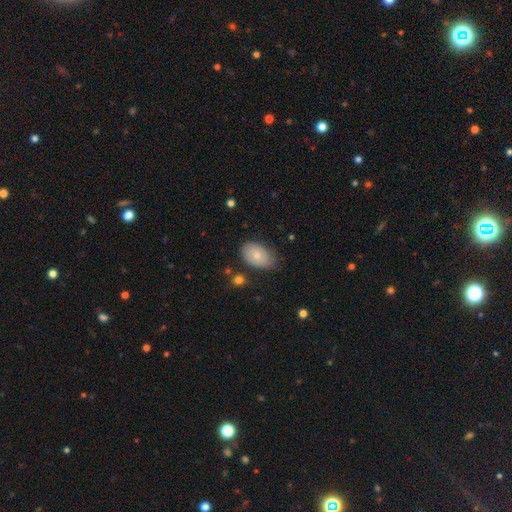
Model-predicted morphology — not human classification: smooth_or_featured: smooth (p=0.72) [alt: featured or disk p=0.21]
how_rounded: in between (p=0.90) [alt: round p=0.08]
merging: none (p=0.70) [alt: minor disturbance p=0.23]